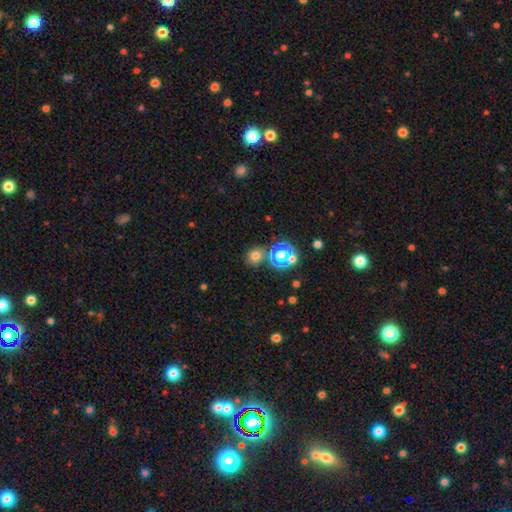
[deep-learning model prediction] smooth 70%, star or artifact 23%, featured or disk 7%. Down the decision tree: how rounded — round (80%); merging — none (75%).